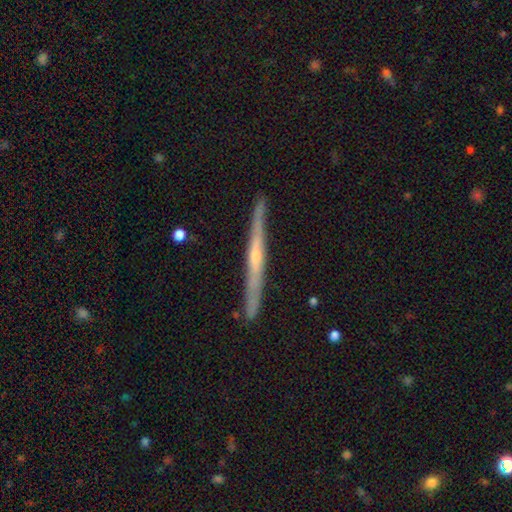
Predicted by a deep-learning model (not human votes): Overall: featured or disk (78%). Edge-on disk: yes (97%). Edge-on bulge: rounded (60%; none 35%). Merging: none (89%).